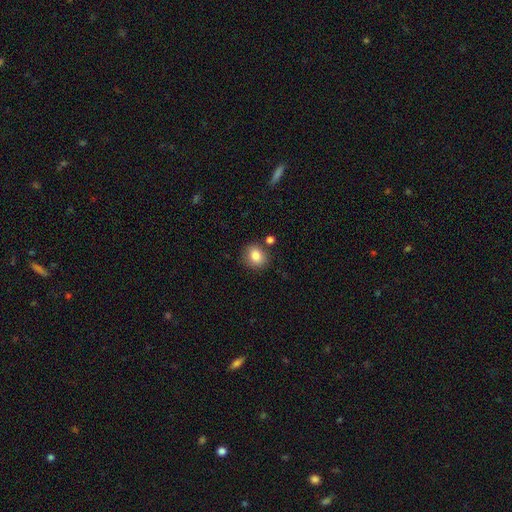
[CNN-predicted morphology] A smooth galaxy with no disk features (84%) that is round (70%).

Vote fractions:
- Smooth or featured? smooth: 84% / star or artifact: 9% / featured or disk: 6%
- How rounded? round: 70% / in between: 29% / cigar-shaped: 1%
- Merging? none: 79% / minor disturbance: 11% / merger: 7% / major disturbance: 3%